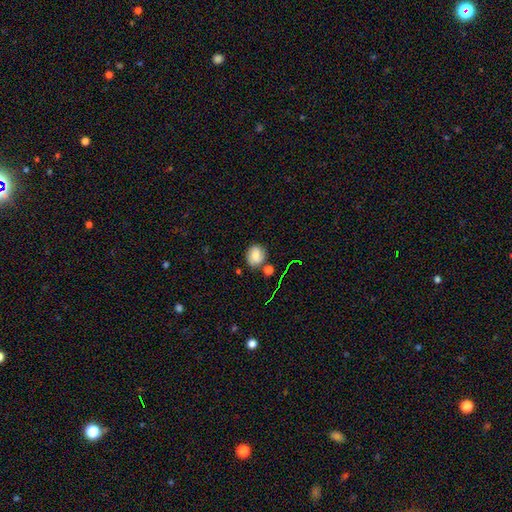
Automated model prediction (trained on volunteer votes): Q: Smooth or featured?
A: smooth (74%); runner-up: star or artifact (13%)
Q: How rounded?
A: round (66%); runner-up: in between (33%)
Q: Merging?
A: none (72%); runner-up: minor disturbance (15%)